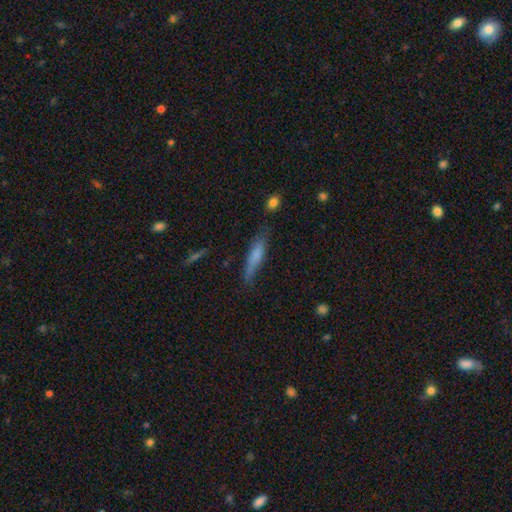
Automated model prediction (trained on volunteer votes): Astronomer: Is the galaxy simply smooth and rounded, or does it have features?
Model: smooth — 66%.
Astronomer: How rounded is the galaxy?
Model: cigar-shaped — 79%.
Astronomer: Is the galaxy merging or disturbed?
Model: none — 66%.